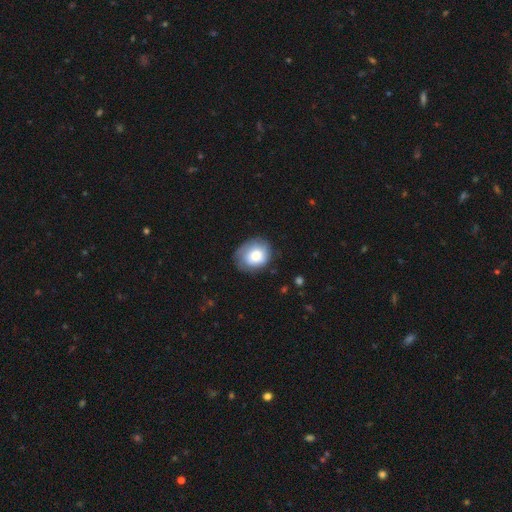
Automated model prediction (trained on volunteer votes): The model was most divided on "how rounded": round: 59%, in between: 40%, cigar-shaped: 1%. More confident: smooth or featured — smooth (69%); merging — none (65%).